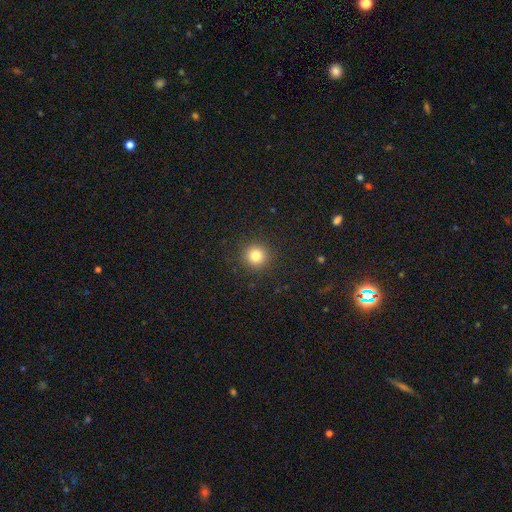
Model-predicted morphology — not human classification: This appears to be a smooth galaxy with no disk features (81%) that is round (94%). Merging: none (91%).